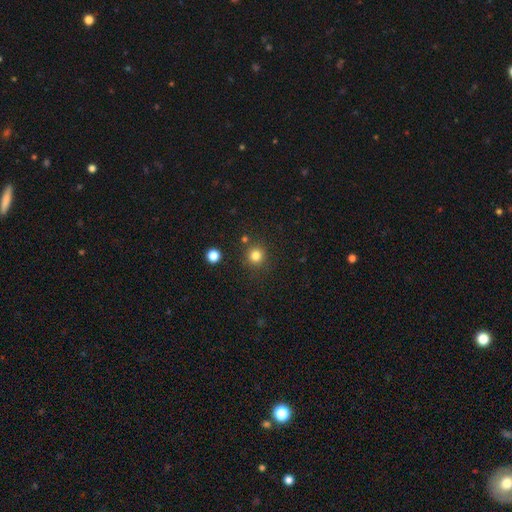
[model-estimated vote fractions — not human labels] A smooth galaxy with no disk features (82%) that is round (93%). Merging: none (85%).